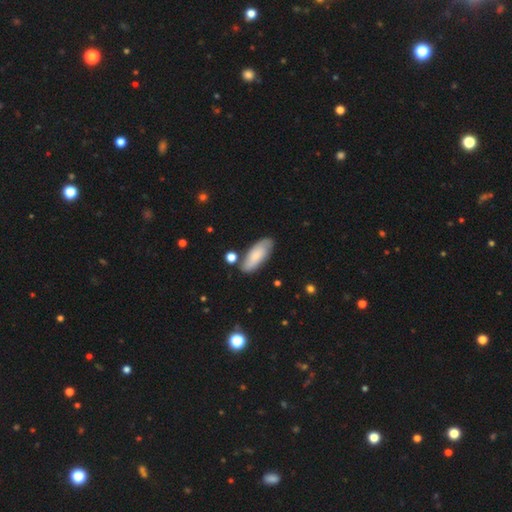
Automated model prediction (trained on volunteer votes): Smooth or featured? smooth (71%)
How rounded? in between (76%)
Merging? none (75%)